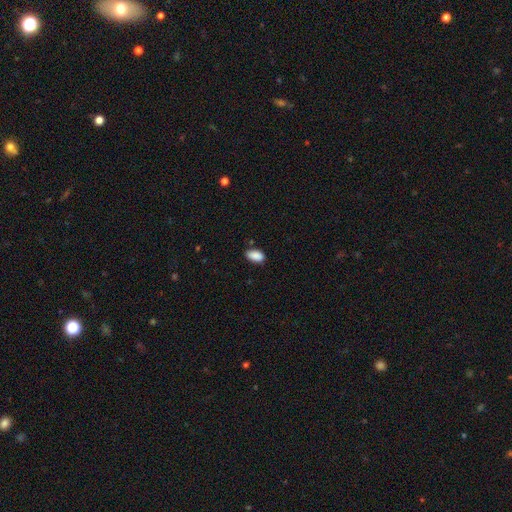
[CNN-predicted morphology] The model was most divided on "merging": none: 80%, minor disturbance: 15%, major disturbance: 3%, merger: 2%. More confident: how rounded — in between (93%); smooth or featured — smooth (89%).